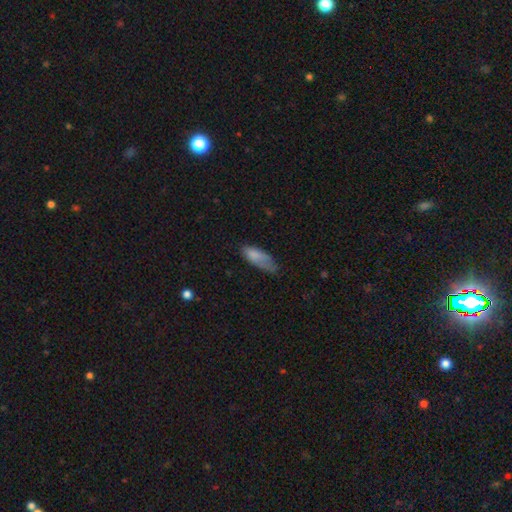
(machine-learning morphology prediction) type=smooth (81%); roundness=in between (75%); merging=minor disturbance (40%).